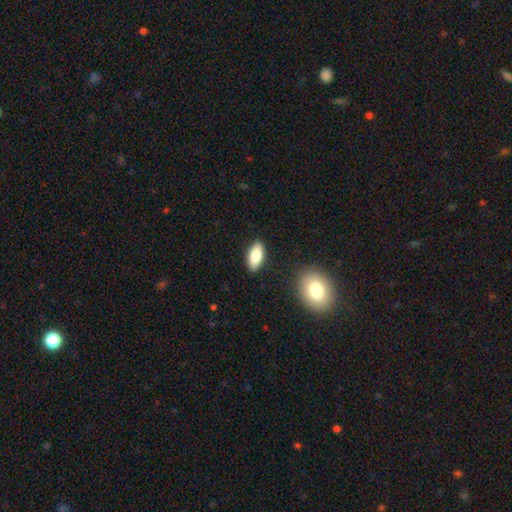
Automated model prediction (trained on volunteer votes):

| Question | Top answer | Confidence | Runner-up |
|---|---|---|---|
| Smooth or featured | smooth | 83% | featured or disk (11%) |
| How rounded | in between | 88% | cigar-shaped (9%) |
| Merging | none | 88% | minor disturbance (8%) |